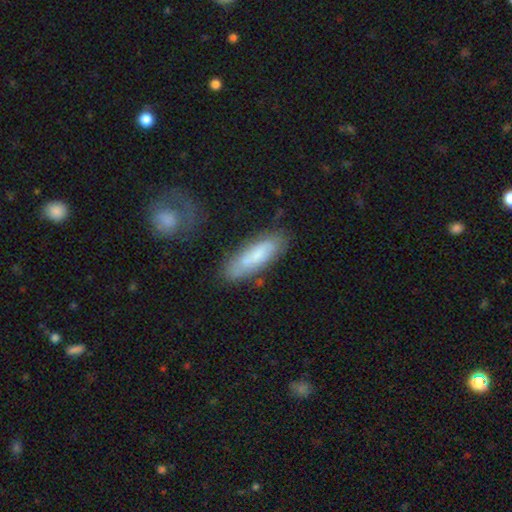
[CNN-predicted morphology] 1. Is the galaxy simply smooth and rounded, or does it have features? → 66% smooth, 28% featured or disk, 6% star or artifact.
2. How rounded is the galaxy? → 55% cigar-shaped, 43% in between, 2% round.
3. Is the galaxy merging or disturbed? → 69% none, 19% minor disturbance, 6% merger, 6% major disturbance.